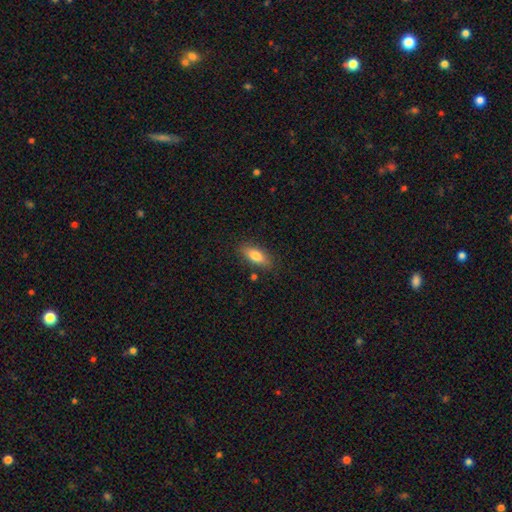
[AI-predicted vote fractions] Smooth or featured? smooth (79%)
How rounded? in between (76%)
Merging? none (83%)